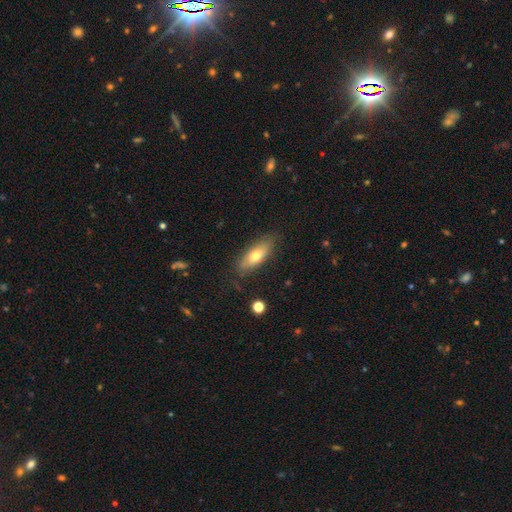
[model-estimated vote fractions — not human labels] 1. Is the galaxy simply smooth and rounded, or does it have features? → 65% smooth, 28% featured or disk, 7% star or artifact.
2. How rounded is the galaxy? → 68% in between, 29% cigar-shaped, 3% round.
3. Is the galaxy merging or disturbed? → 77% none, 17% minor disturbance, 4% major disturbance, 2% merger.